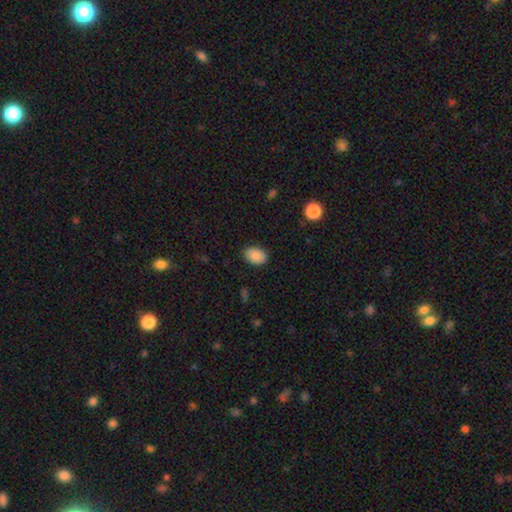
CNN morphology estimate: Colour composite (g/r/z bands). It shows a smooth galaxy with no disk features (87%) that is in between round and cigar-shaped (79%). Merging: none (88%).